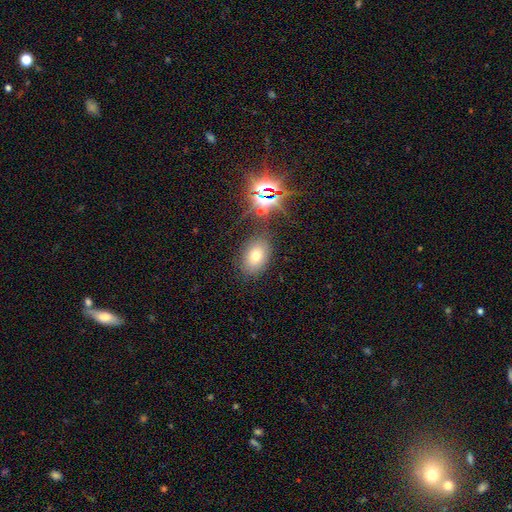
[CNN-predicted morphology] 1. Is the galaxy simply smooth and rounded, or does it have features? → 64% smooth, 21% star or artifact, 15% featured or disk.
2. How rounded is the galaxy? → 77% in between, 21% round, 1% cigar-shaped.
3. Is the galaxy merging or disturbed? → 79% none, 13% minor disturbance, 5% major disturbance, 3% merger.